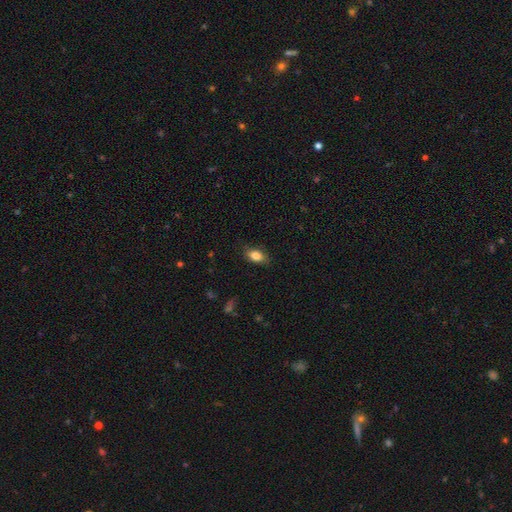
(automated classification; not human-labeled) Overall: smooth (83%). How rounded: in between (87%). Merging: none (83%).